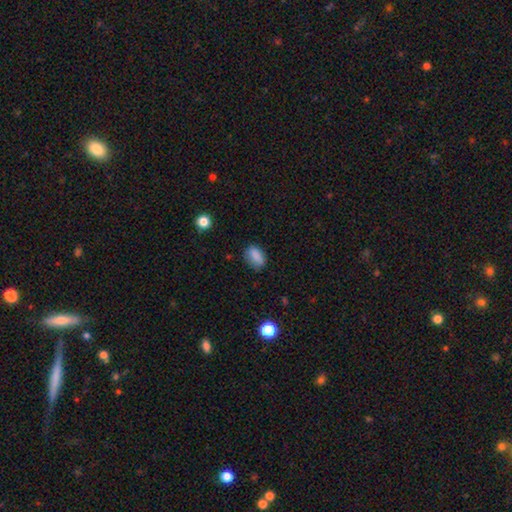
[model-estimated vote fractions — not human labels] Q: Smooth or featured?
A: smooth (86%); runner-up: star or artifact (10%)
Q: How rounded?
A: in between (87%); runner-up: round (9%)
Q: Merging?
A: none (74%); runner-up: minor disturbance (20%)